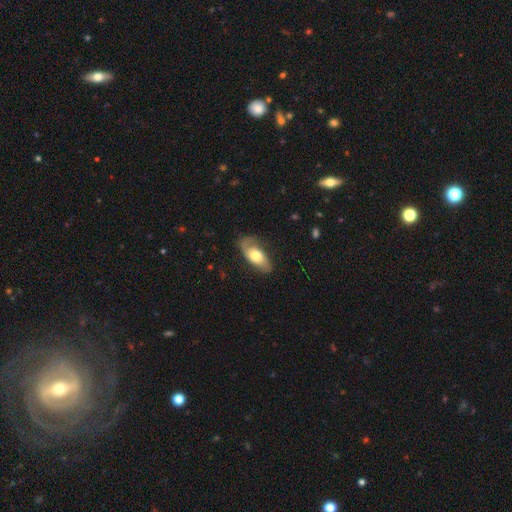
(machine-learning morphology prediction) The model was most divided on "smooth or featured": featured or disk: 54%, smooth: 40%, star or artifact: 6%. More confident: edge-on disk — no (86%); merging — none (67%).